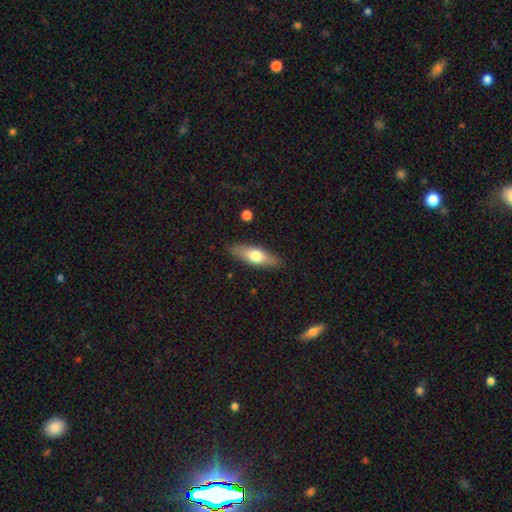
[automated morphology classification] smooth_or_featured: smooth (p=0.64) [alt: featured or disk p=0.31]
how_rounded: in between (p=0.57) [alt: cigar-shaped p=0.41]
merging: none (p=0.87) [alt: minor disturbance p=0.10]